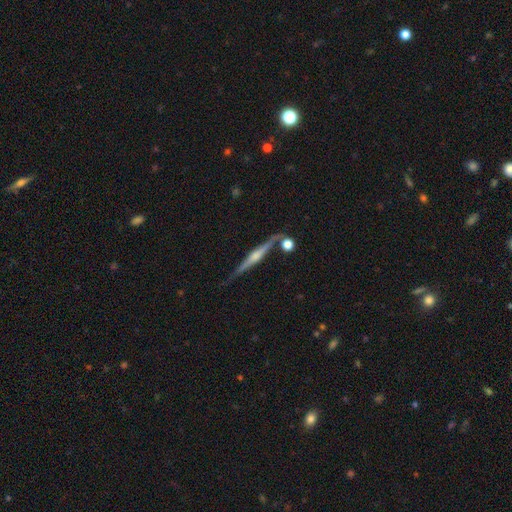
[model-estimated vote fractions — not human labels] Overall: featured or disk (80%). Edge-on disk: yes (97%). Edge-on bulge: rounded (77%). Merging: none (77%).